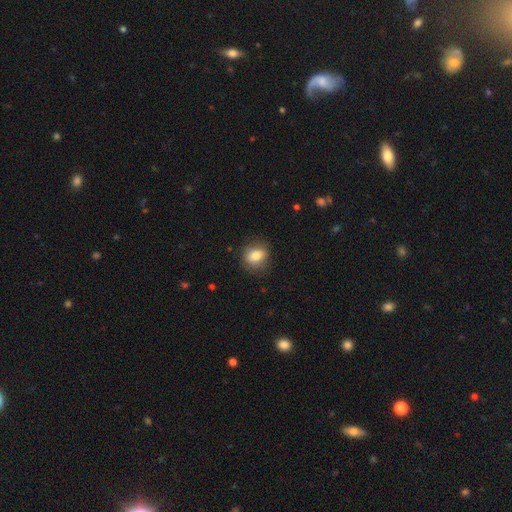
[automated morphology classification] Smooth or featured? Predicted: smooth (p=0.78). How rounded? Predicted: round (p=0.52). Merging? Predicted: none (p=0.83).